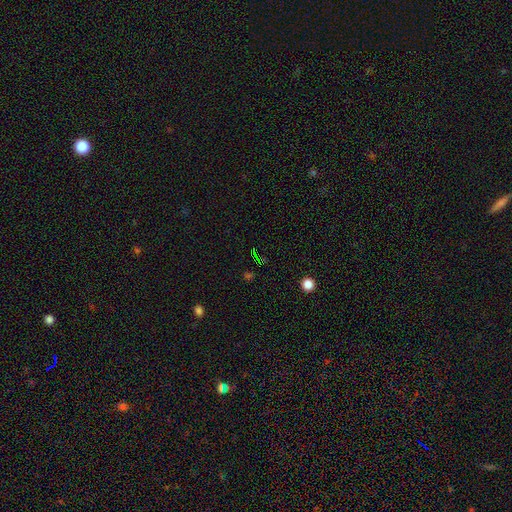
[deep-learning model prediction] The model was most divided on "smooth or featured": star or artifact: 72%, smooth: 19%, featured or disk: 10%.